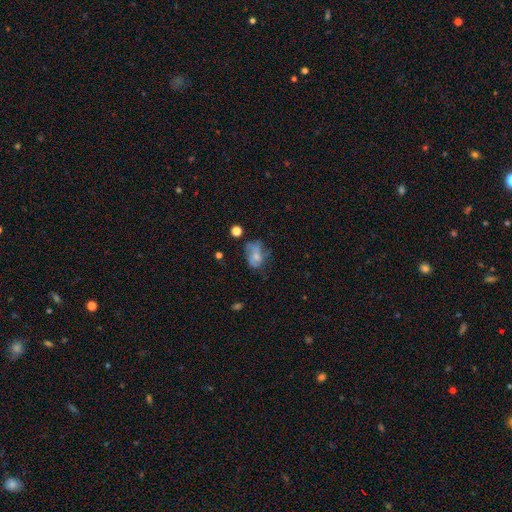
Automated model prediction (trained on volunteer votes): A smooth galaxy with no disk features (51%) that is in between round and cigar-shaped (73%). Merging: none (39%).